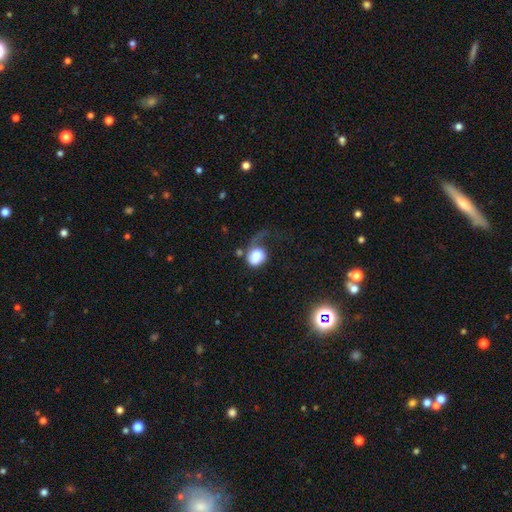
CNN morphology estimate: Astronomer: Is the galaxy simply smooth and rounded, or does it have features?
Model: smooth — 64%.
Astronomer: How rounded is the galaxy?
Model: round — 51% (runner-up: in between, 48%).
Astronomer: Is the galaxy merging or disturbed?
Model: major disturbance — 54%.